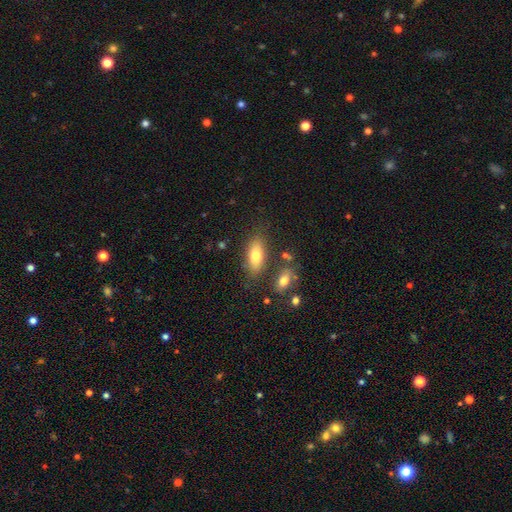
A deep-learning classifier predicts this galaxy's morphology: A smooth galaxy with no disk features (79%) that is in between round and cigar-shaped (83%).

Vote fractions:
- Smooth or featured? smooth: 79% / featured or disk: 13% / star or artifact: 7%
- How rounded? in between: 83% / cigar-shaped: 14% / round: 3%
- Merging? none: 76% / minor disturbance: 14% / merger: 6% / major disturbance: 4%